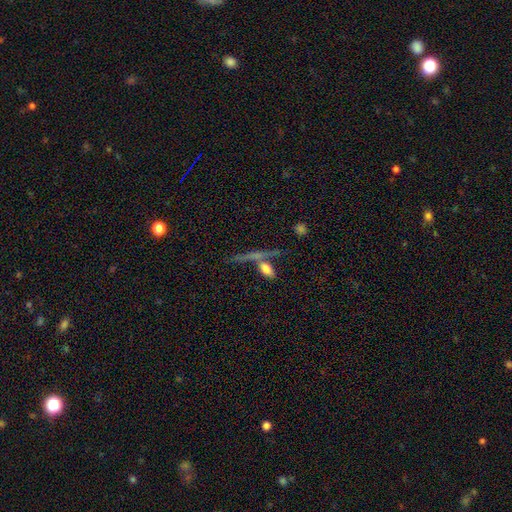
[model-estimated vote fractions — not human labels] Smooth or featured? featured or disk (43%)
Merging? none (48%)